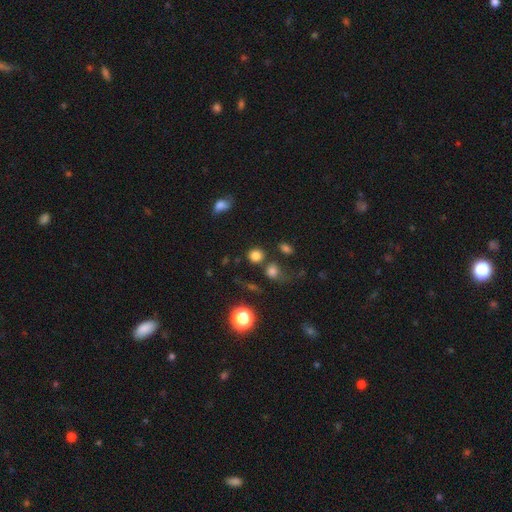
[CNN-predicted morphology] smooth 79%, star or artifact 15%, featured or disk 6%. Down the decision tree: how rounded — round (87%); merging — none (75%).